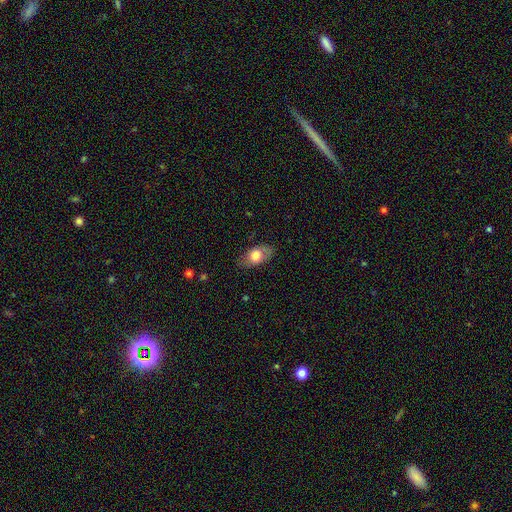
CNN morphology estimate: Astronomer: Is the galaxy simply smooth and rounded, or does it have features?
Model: smooth — 70%.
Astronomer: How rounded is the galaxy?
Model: in between — 87%.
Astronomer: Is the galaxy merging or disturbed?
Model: none — 77%.